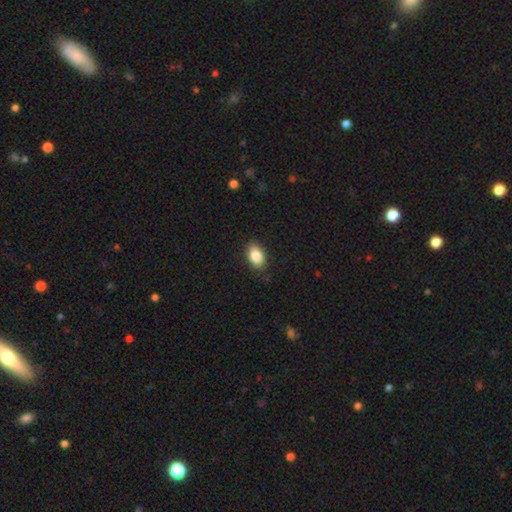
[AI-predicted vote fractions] The model was most divided on "merging": none: 85%, minor disturbance: 12%, major disturbance: 2%, merger: 1%. More confident: how rounded — in between (89%); smooth or featured — smooth (85%).